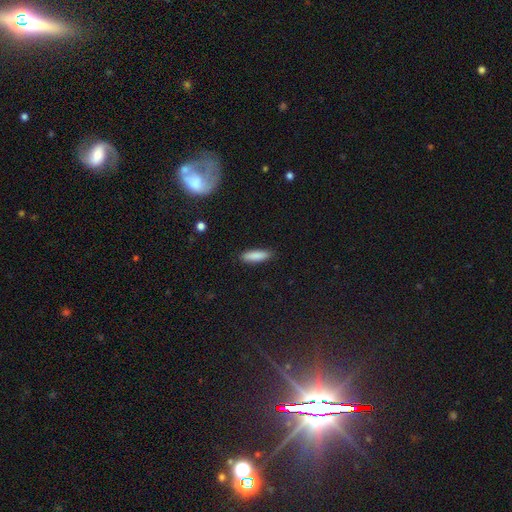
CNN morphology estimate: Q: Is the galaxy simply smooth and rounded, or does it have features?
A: smooth — 87%.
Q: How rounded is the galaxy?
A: cigar-shaped — 60%.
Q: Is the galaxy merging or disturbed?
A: none — 88%.